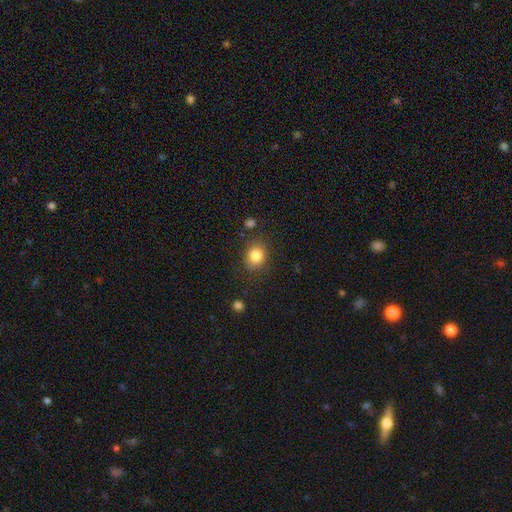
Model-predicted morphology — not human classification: The model was most divided on "how rounded": round: 63%, in between: 36%, cigar-shaped: 1%. More confident: smooth or featured — smooth (83%); merging — none (81%).